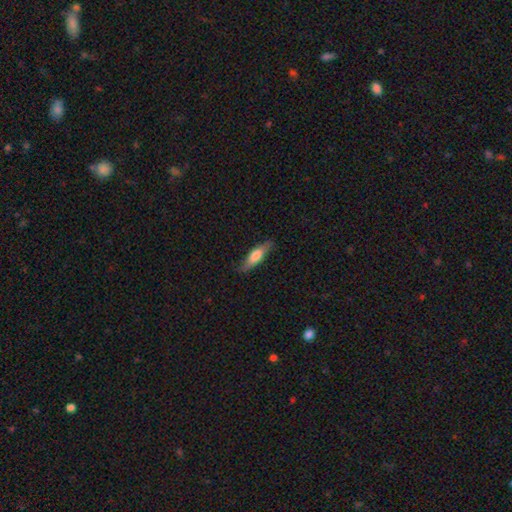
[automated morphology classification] smooth 67%, featured or disk 27%, star or artifact 6%. Down the decision tree: how rounded — cigar-shaped (58%); merging — none (78%).